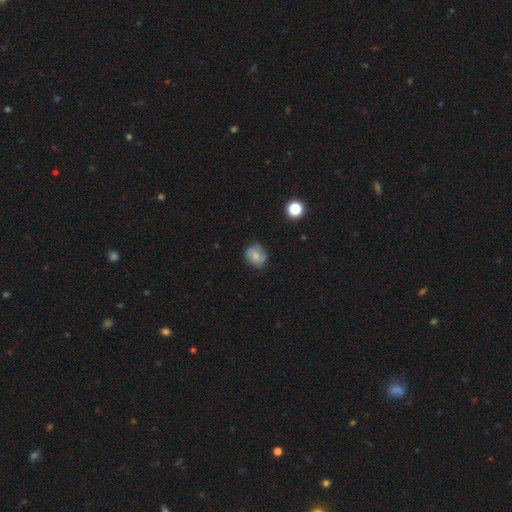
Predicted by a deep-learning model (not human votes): The model was most divided on "smooth or featured": smooth: 70%, featured or disk: 20%, star or artifact: 10%. More confident: how rounded — round (76%); merging — none (74%).